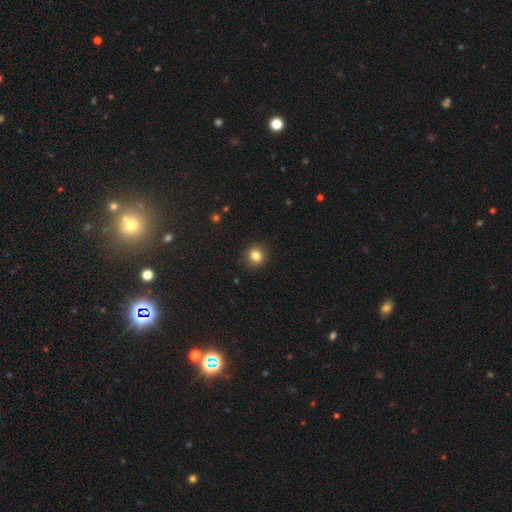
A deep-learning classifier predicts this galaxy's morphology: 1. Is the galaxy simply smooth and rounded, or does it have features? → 82% smooth, 11% star or artifact, 6% featured or disk.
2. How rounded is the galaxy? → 86% round, 13% in between, 1% cigar-shaped.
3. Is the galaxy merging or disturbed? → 90% none, 7% minor disturbance, 2% major disturbance, 1% merger.